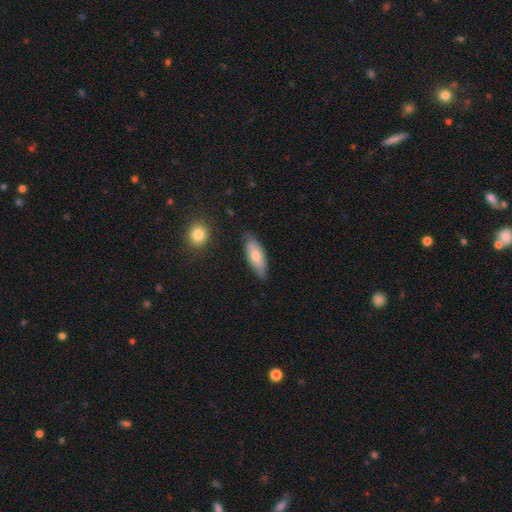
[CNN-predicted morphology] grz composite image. It shows a smooth galaxy with no disk features (71%) that is in between round and cigar-shaped (71%). Merging: none (75%).